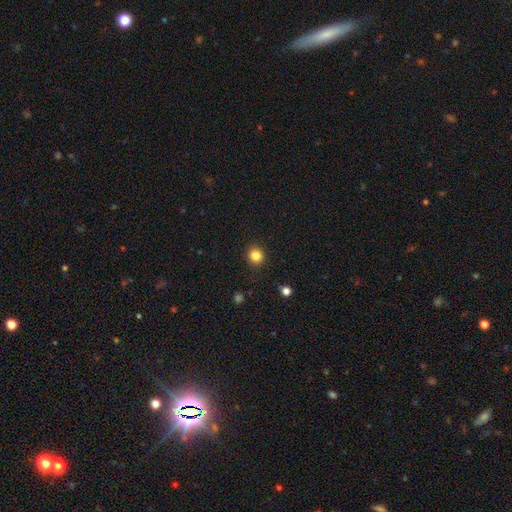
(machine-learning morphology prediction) smooth 83%, star or artifact 12%, featured or disk 5%. Down the decision tree: how rounded — round (88%); merging — none (91%).